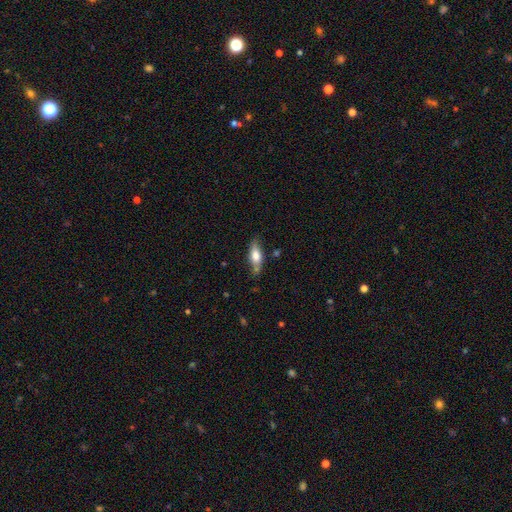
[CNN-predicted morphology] Smooth or featured: smooth — 64% (featured or disk — 29%)
How rounded: in between — 67% (cigar-shaped — 30%)
Merging: none — 68% (minor disturbance — 22%)